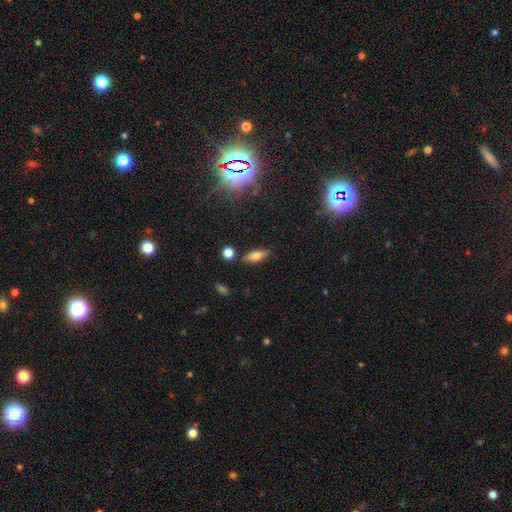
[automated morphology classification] Smooth or featured? Predicted: smooth (p=0.76). How rounded? Predicted: in between (p=0.70). Merging? Predicted: none (p=0.83).